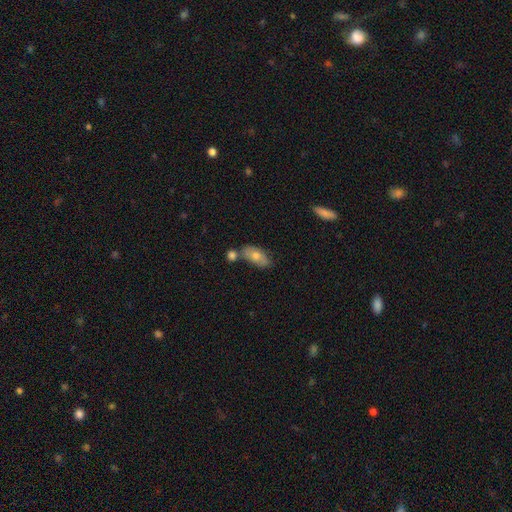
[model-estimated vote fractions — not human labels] Morphology: type=smooth (64%); roundness=in between (87%); merging=none (54%).